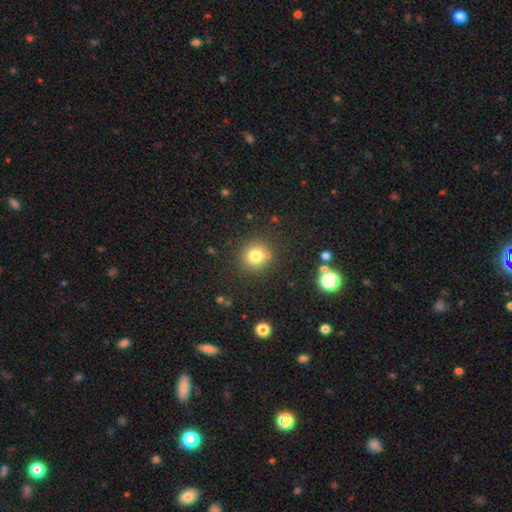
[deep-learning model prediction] A smooth galaxy with no disk features (77%) that is round (91%).

Vote fractions:
- Smooth or featured? smooth: 77% / star or artifact: 15% / featured or disk: 8%
- How rounded? round: 91% / in between: 8% / cigar-shaped: 1%
- Merging? none: 81% / minor disturbance: 9% / merger: 7% / major disturbance: 3%